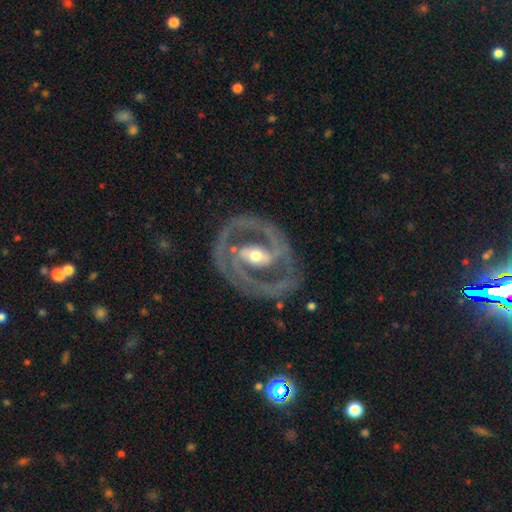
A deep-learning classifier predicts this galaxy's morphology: A featured or disk galaxy (90%) with a strong bar (53%), 2 (88%) tight (48%) spiral arms (93%) and a moderate central bulge (62%). Merging: none (80%).